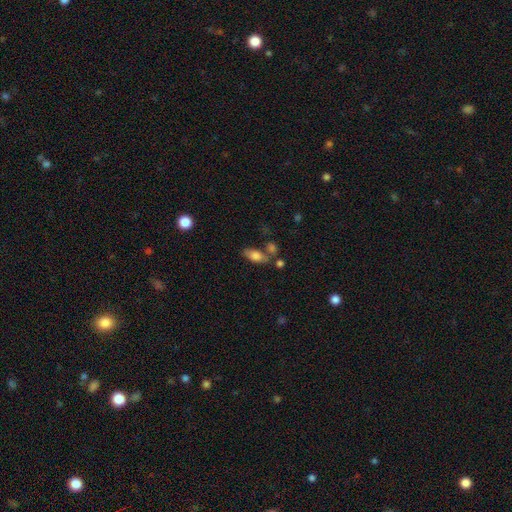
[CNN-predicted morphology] A smooth galaxy with no disk features (77%) that is in between round and cigar-shaped (86%). Merging: none (58%).